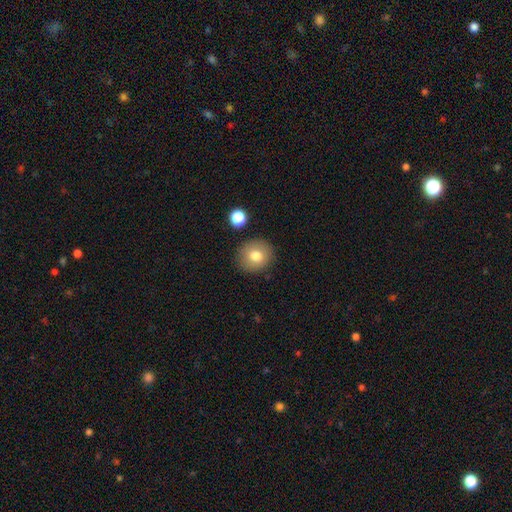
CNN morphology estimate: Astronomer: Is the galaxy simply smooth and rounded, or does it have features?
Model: smooth — 78%.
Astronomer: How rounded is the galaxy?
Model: round — 83%.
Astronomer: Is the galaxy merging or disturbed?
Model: none — 87%.